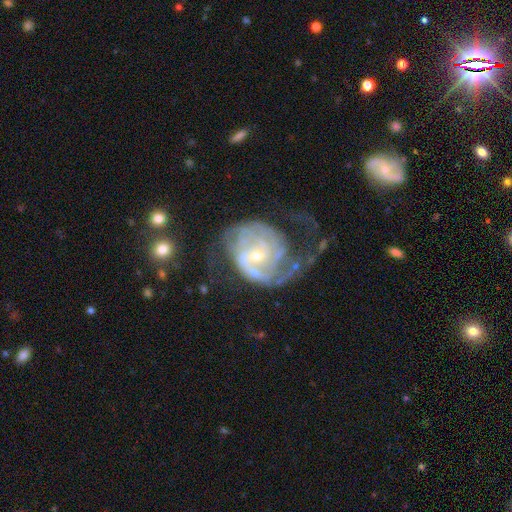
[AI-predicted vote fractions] featured or disk 87%, smooth 7%, star or artifact 5%. Down the decision tree: edge-on disk — no (98%); bar — no (56%); spiral arms — yes (93%); spiral arm count — 2 (47%); spiral winding — tight (42%); bulge size — small (60%); merging — none (40%).